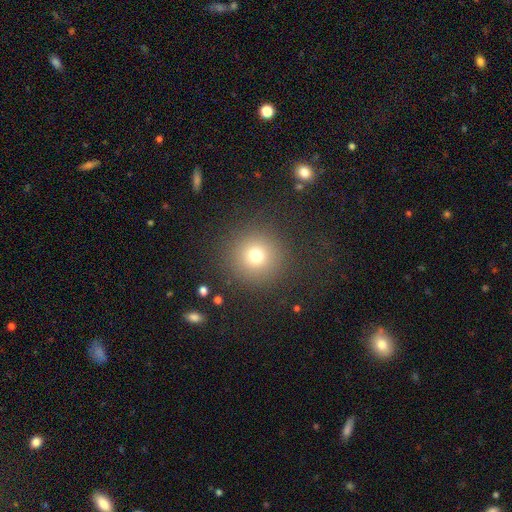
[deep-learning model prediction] A smooth galaxy with no disk features (74%) that is round (95%).

Vote fractions:
- Smooth or featured? smooth: 74% / star or artifact: 17% / featured or disk: 9%
- How rounded? round: 95% / in between: 4% / cigar-shaped: 1%
- Merging? none: 88% / minor disturbance: 6% / major disturbance: 4% / merger: 1%